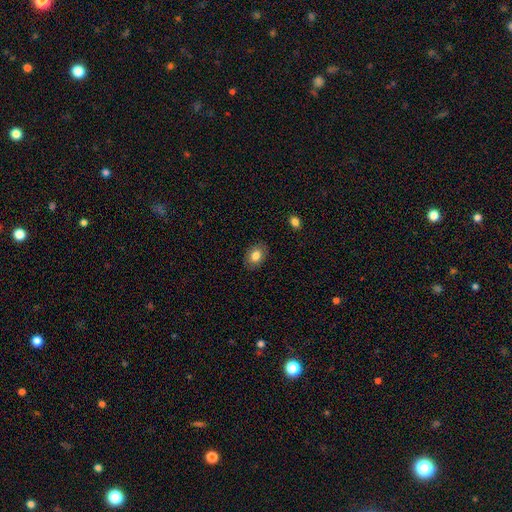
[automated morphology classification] This appears to be a smooth galaxy with no disk features (81%) that is in between round and cigar-shaped (73%). Merging: none (86%).